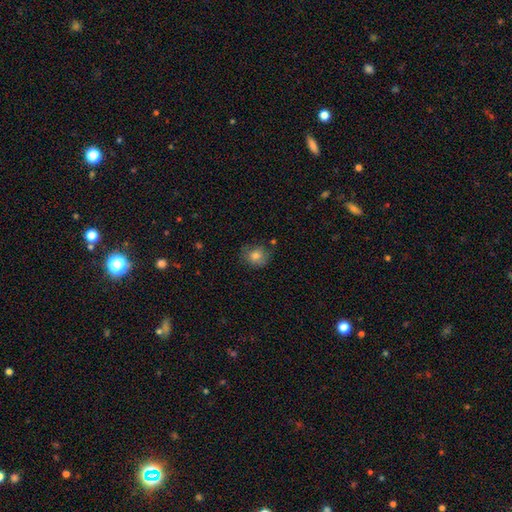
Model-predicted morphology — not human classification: A smooth galaxy with no disk features (79%) that is round (78%).

Vote fractions:
- Smooth or featured? smooth: 79% / star or artifact: 11% / featured or disk: 10%
- How rounded? round: 78% / in between: 21% / cigar-shaped: 1%
- Merging? none: 70% / minor disturbance: 21% / major disturbance: 6% / merger: 3%